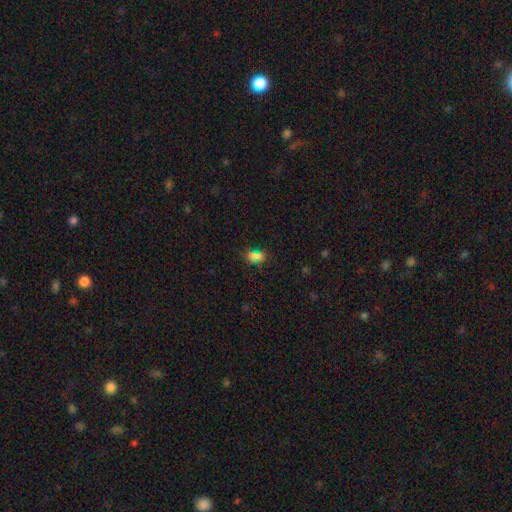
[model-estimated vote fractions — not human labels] smooth-or-featured: smooth: 62% | star or artifact: 30% | featured or disk: 8%
  how-rounded: in between: 66% | round: 27% | cigar-shaped: 7%
  merging: none: 79% | minor disturbance: 12% | major disturbance: 5% | merger: 4%